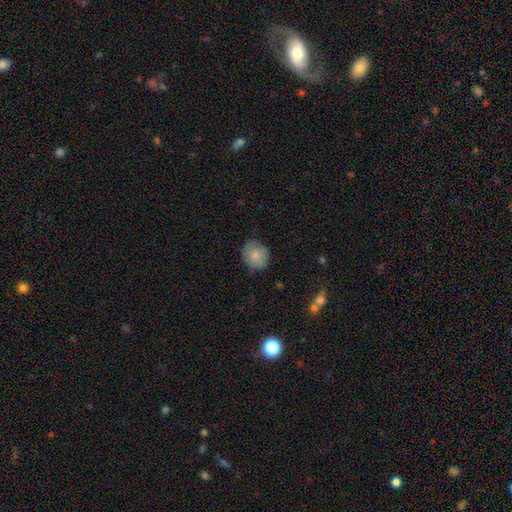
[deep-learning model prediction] smooth-or-featured: smooth: 78% | featured or disk: 14% | star or artifact: 7%
  how-rounded: round: 75% | in between: 24% | cigar-shaped: 1%
  merging: none: 72% | minor disturbance: 22% | major disturbance: 5% | merger: 1%